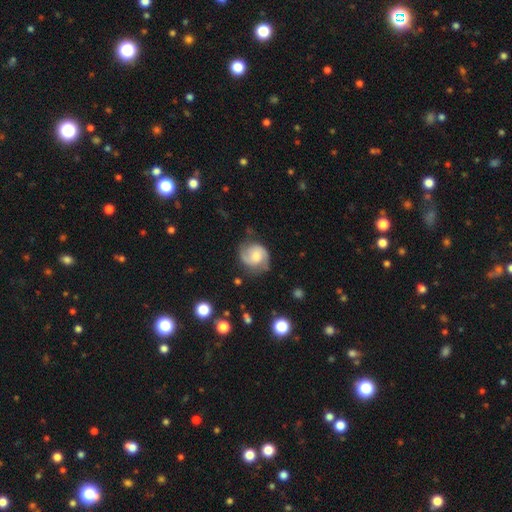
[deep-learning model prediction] Q: Smooth or featured?
A: featured or disk (75%); runner-up: smooth (19%)
Q: Edge-on disk?
A: no (98%); runner-up: yes (2%)
Q: Bar?
A: no (54%); runner-up: weak (39%)
Q: Spiral arms?
A: yes (95%); runner-up: no (5%)
Q: Spiral winding?
A: medium (48%); runner-up: tight (31%)
Q: Spiral arm count?
A: 2 (87%); runner-up: can't tell (6%)
Q: Bulge size?
A: moderate (48%); runner-up: small (28%)
Q: Merging?
A: none (73%); runner-up: minor disturbance (19%)